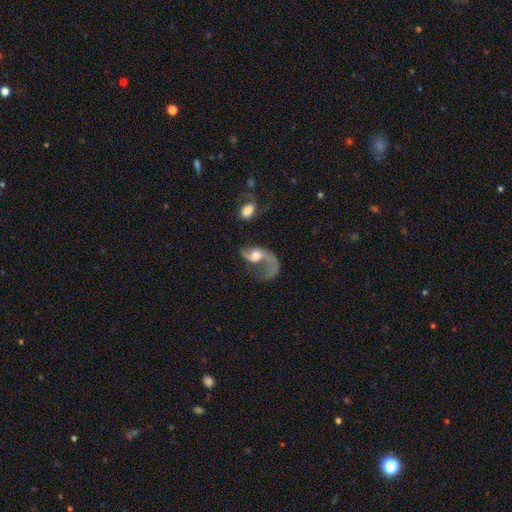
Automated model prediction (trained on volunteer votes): This is likely a featured or disk galaxy (78%). It is clearly not viewed edge-on (97%). Bar: likely no (66%). Spiral arm pattern: clearly yes (88%). Spiral arm count: possibly 1 (54%). Spiral winding: likely loose (77%). Central bulge: possibly moderate (59%). Merging: possibly major disturbance (48%).